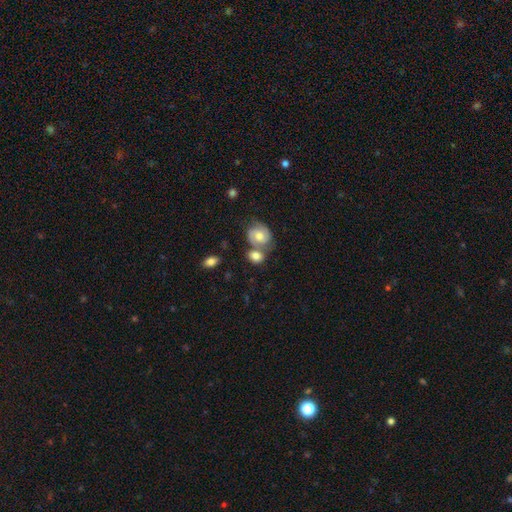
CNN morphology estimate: Smooth or featured: smooth — 55% (featured or disk — 36%)
How rounded: in between — 52% (round — 46%)
Merging: none — 43% (merger — 39%)